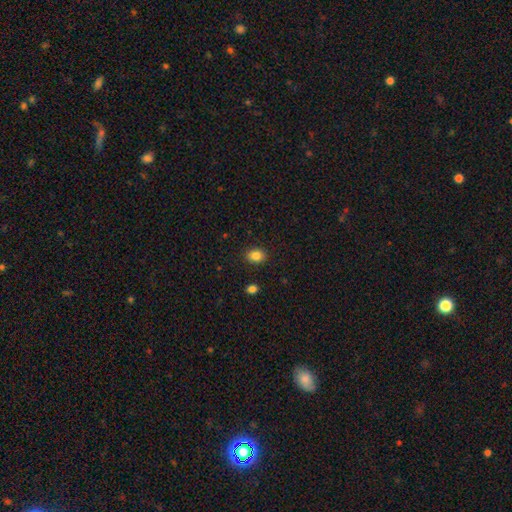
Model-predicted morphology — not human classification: The model was most divided on "how rounded": in between: 60%, round: 39%, cigar-shaped: 1%. More confident: merging — none (89%); smooth or featured — smooth (85%).